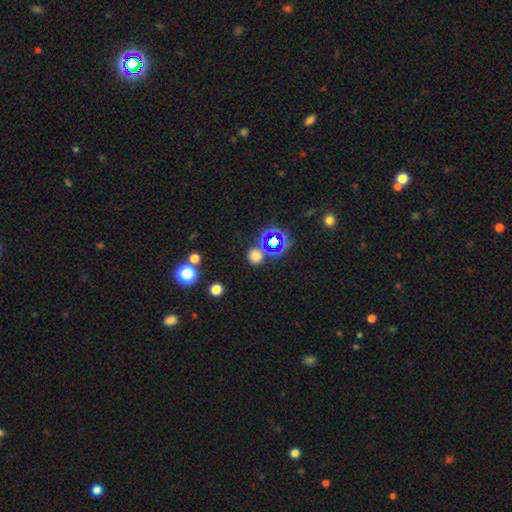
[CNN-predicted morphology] Smooth or featured? smooth (65%)
How rounded? round (86%)
Merging? none (73%)